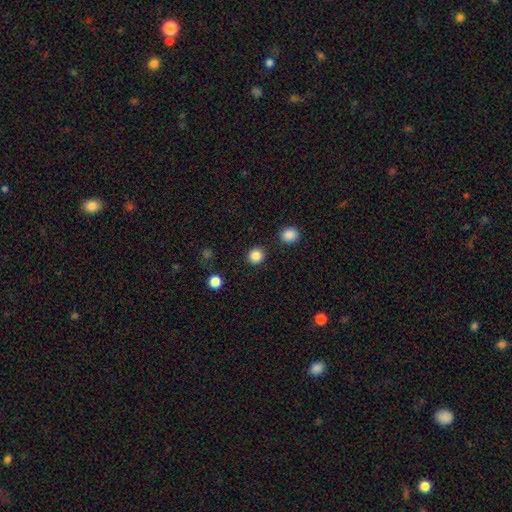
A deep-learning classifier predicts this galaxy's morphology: smooth 85%, star or artifact 11%, featured or disk 3%. Down the decision tree: how rounded — round (94%); merging — none (91%).